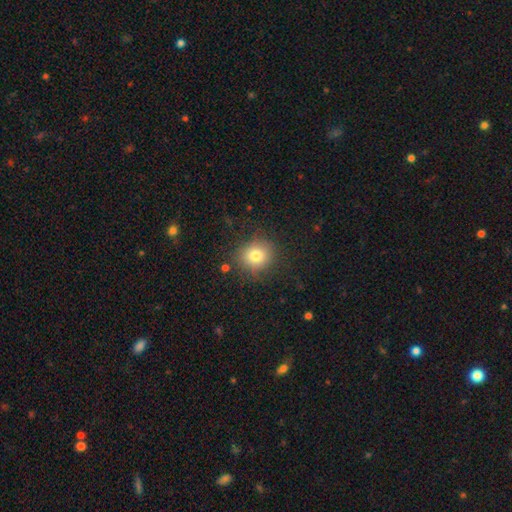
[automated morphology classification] Smooth or featured? Predicted: smooth (p=0.78). How rounded? Predicted: round (p=0.81). Merging? Predicted: none (p=0.81).